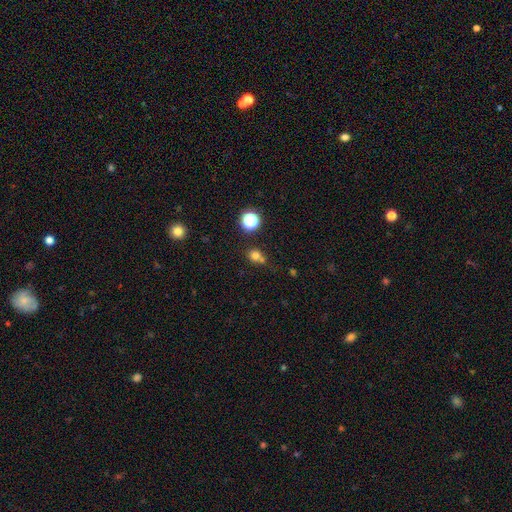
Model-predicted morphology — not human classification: Smooth or featured? Predicted: smooth (p=0.74). How rounded? Predicted: round (p=0.78). Merging? Predicted: none (p=0.58).